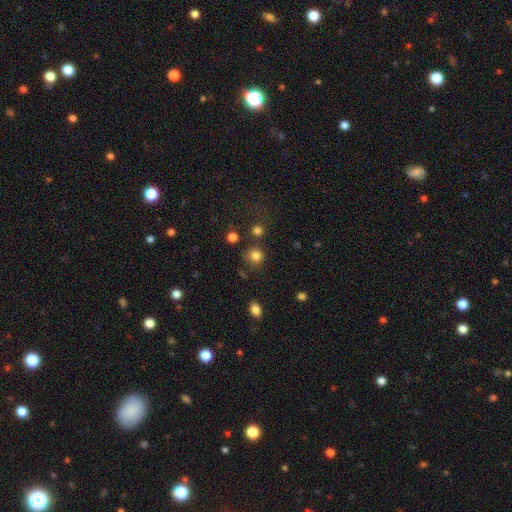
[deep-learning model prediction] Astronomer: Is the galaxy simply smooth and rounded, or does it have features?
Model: smooth — 81%.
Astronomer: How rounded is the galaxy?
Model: round — 89%.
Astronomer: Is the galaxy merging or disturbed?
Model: none — 75%.